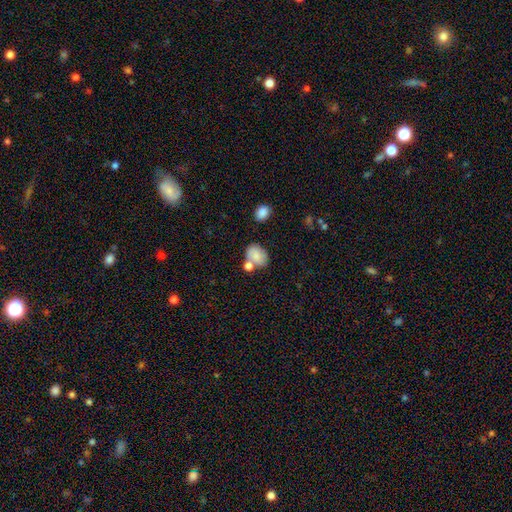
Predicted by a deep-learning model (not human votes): Smooth or featured? Predicted: smooth (p=0.78). How rounded? Predicted: in between (p=0.65). Merging? Predicted: none (p=0.46).